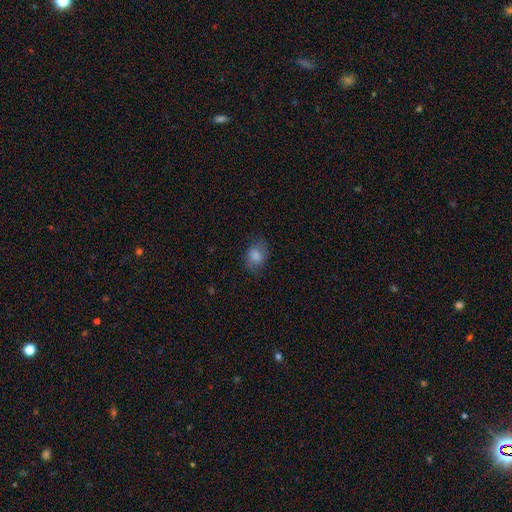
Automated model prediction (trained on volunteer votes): A smooth galaxy with no disk features (79%) that is in between round and cigar-shaped (65%).

Vote fractions:
- Smooth or featured? smooth: 79% / featured or disk: 12% / star or artifact: 9%
- How rounded? in between: 65% / round: 34% / cigar-shaped: 1%
- Merging? none: 69% / minor disturbance: 21% / major disturbance: 8% / merger: 1%